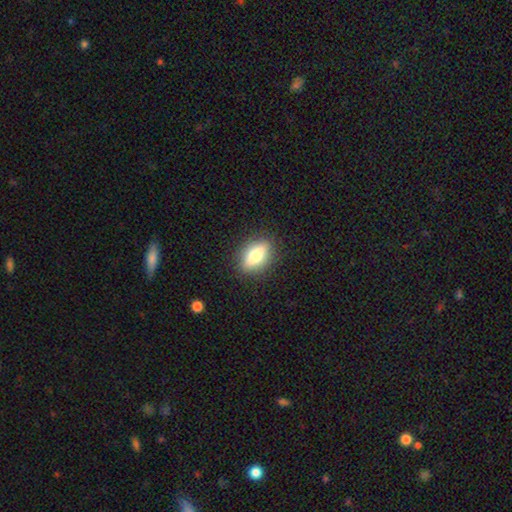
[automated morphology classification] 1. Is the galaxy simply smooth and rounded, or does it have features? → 66% smooth, 26% featured or disk, 8% star or artifact.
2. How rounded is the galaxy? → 74% in between, 17% cigar-shaped, 9% round.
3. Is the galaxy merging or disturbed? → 86% none, 10% minor disturbance, 3% major disturbance, 1% merger.